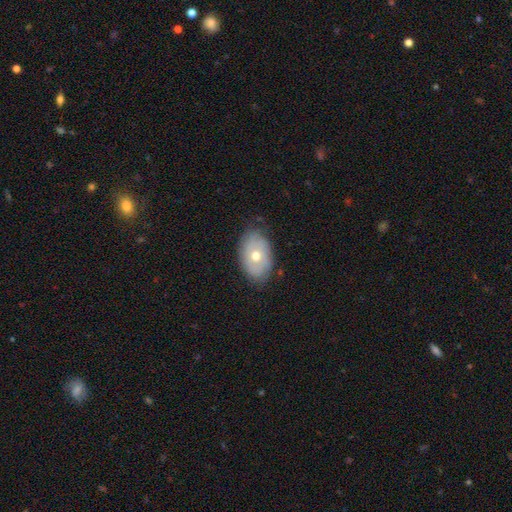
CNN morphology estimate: Smooth or featured: smooth — 53% (featured or disk — 40%)
How rounded: in between — 84% (round — 15%)
Merging: none — 74% (minor disturbance — 20%)